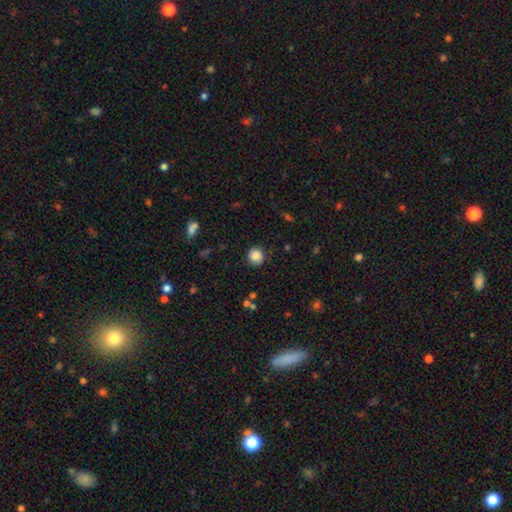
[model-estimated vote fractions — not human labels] smooth_or_featured: smooth (p=0.84) [alt: star or artifact p=0.09]
how_rounded: round (p=0.90) [alt: in between p=0.09]
merging: none (p=0.84) [alt: minor disturbance p=0.11]